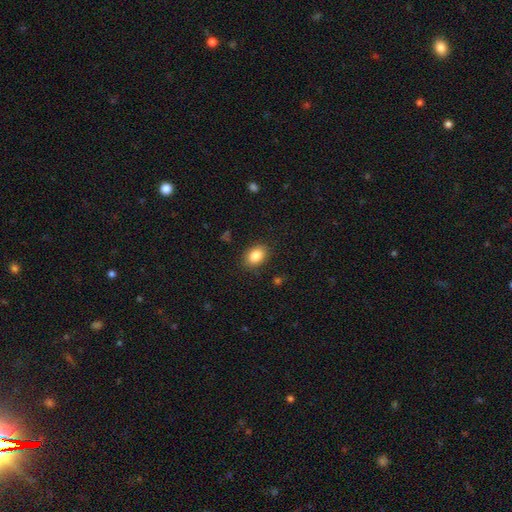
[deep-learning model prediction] smooth-or-featured: smooth: 86% | star or artifact: 8% | featured or disk: 5%
  how-rounded: in between: 75% | round: 24% | cigar-shaped: 1%
  merging: none: 86% | minor disturbance: 10% | major disturbance: 3% | merger: 1%